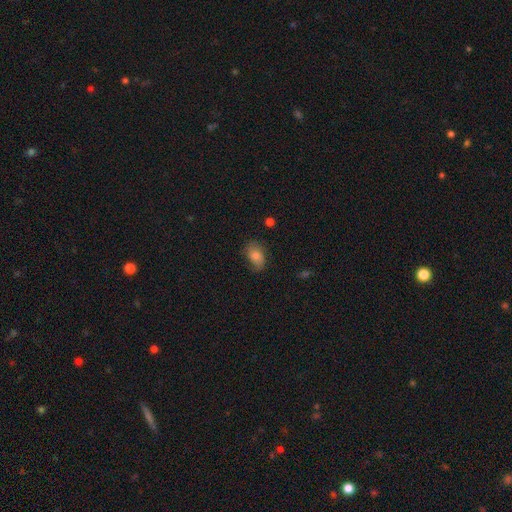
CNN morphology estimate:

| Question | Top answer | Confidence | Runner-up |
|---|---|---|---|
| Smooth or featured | smooth | 73% | featured or disk (18%) |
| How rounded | in between | 83% | round (16%) |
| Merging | none | 64% | minor disturbance (26%) |